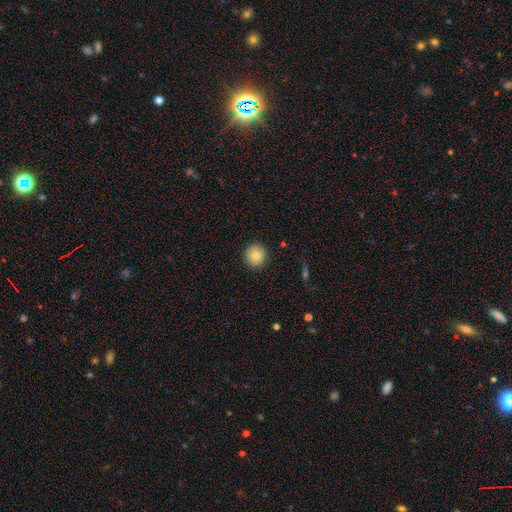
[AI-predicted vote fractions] Morphology: type=smooth (81%); roundness=round (93%); merging=none (90%).